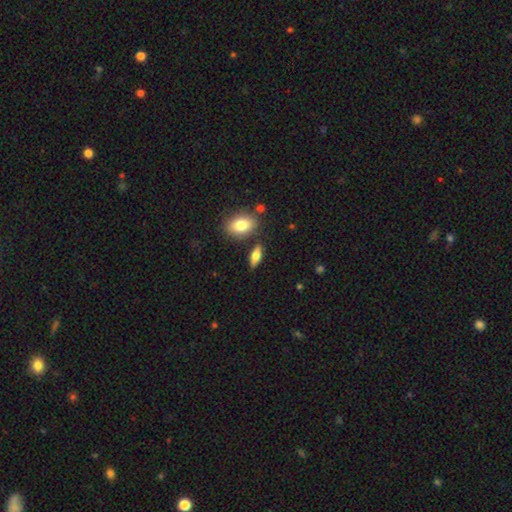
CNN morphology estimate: Smooth or featured: smooth — 64% (featured or disk — 28%)
How rounded: in between — 65% (cigar-shaped — 29%)
Merging: none — 80% (minor disturbance — 11%)